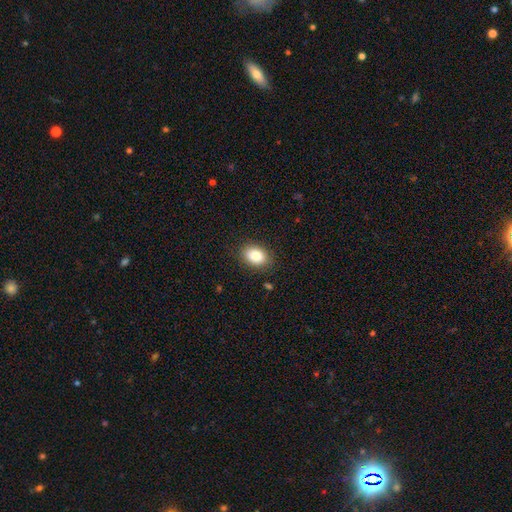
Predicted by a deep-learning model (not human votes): smooth-or-featured: smooth: 86% | star or artifact: 8% | featured or disk: 6%
  how-rounded: in between: 80% | round: 19% | cigar-shaped: 1%
  merging: none: 86% | minor disturbance: 10% | major disturbance: 3% | merger: 1%